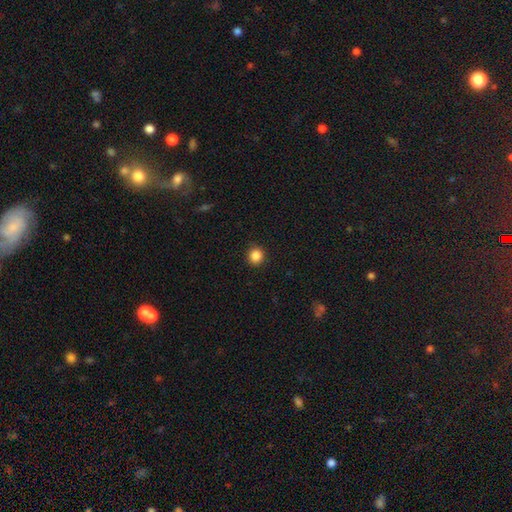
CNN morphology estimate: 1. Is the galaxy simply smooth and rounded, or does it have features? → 86% smooth, 11% star or artifact, 3% featured or disk.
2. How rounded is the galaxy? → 91% round, 8% in between, 1% cigar-shaped.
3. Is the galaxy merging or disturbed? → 91% none, 6% minor disturbance, 2% major disturbance, 1% merger.